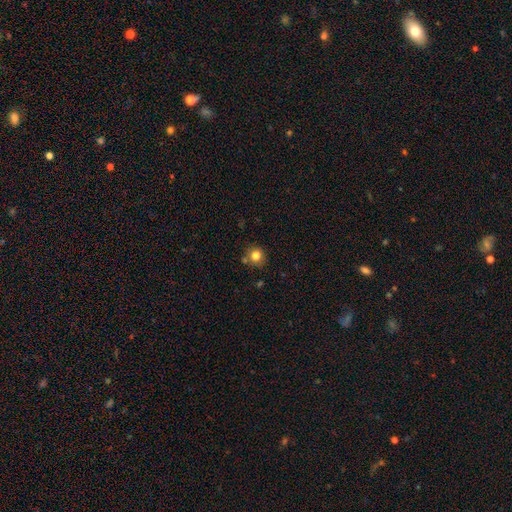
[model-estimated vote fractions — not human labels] The model was most divided on "merging": none: 77%, minor disturbance: 12%, merger: 8%, major disturbance: 3%. More confident: how rounded — round (90%); smooth or featured — smooth (80%).